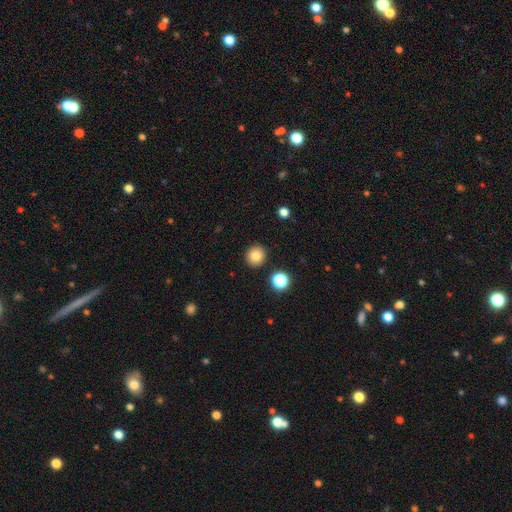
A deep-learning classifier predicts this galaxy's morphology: Smooth or featured? Predicted: smooth (p=0.83). How rounded? Predicted: round (p=0.91). Merging? Predicted: none (p=0.91).